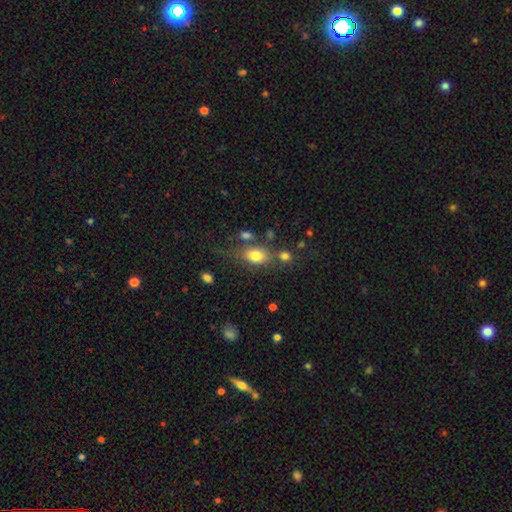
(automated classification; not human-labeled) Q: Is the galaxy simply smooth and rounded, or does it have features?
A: smooth — 78%.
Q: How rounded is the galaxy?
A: in between — 77%.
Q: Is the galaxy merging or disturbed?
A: none — 58%.